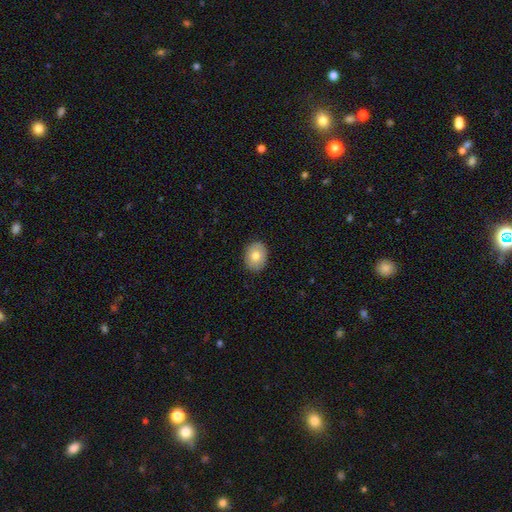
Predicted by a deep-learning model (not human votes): Smooth or featured? Predicted: smooth (p=0.77). How rounded? Predicted: in between (p=0.57). Merging? Predicted: none (p=0.88).